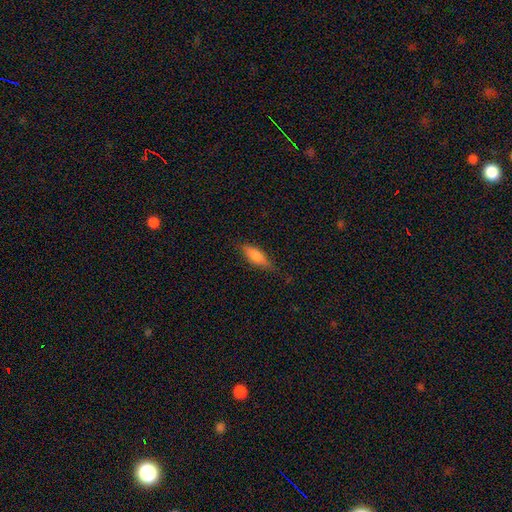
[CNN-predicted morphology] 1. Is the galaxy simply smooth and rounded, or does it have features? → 68% smooth, 25% featured or disk, 7% star or artifact.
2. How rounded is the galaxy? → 57% in between, 40% cigar-shaped, 3% round.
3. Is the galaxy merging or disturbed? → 76% none, 19% minor disturbance, 4% major disturbance, 1% merger.